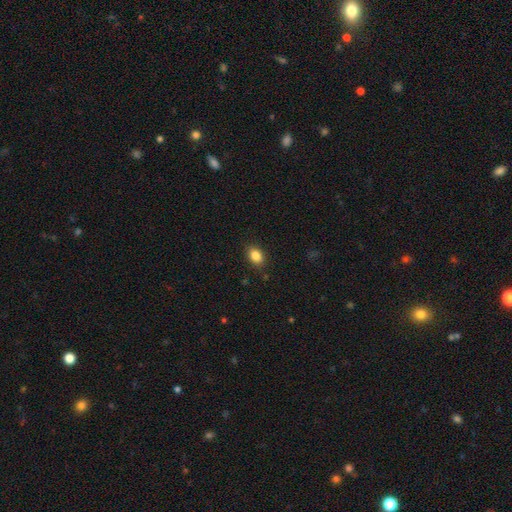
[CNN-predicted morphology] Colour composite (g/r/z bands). It shows a smooth galaxy with no disk features (86%) that is in between round and cigar-shaped (77%). Merging: none (86%).